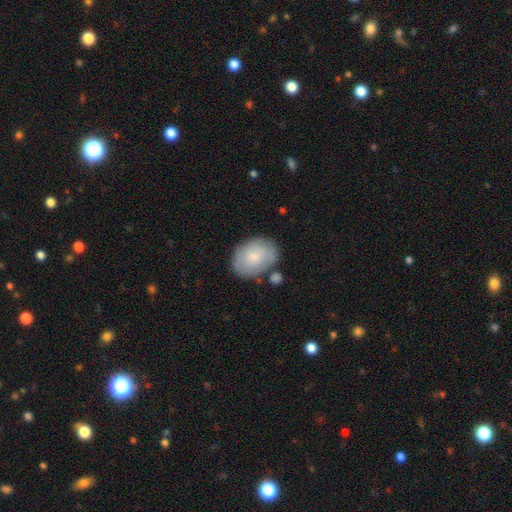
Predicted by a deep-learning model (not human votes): A smooth galaxy with no disk features (77%) that is in between round and cigar-shaped (75%).

Vote fractions:
- Smooth or featured? smooth: 77% / featured or disk: 17% / star or artifact: 6%
- How rounded? in between: 75% / round: 24% / cigar-shaped: 1%
- Merging? none: 68% / minor disturbance: 19% / merger: 8% / major disturbance: 5%